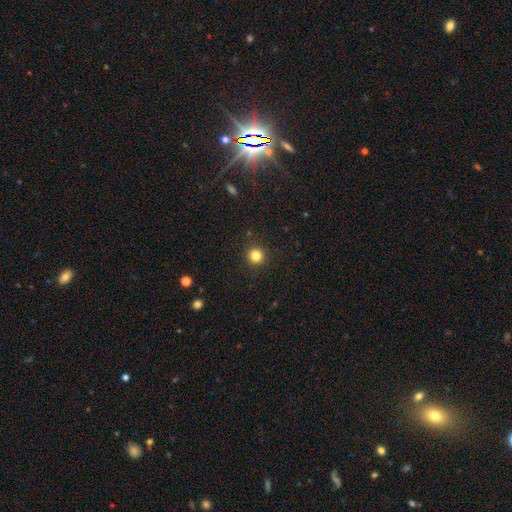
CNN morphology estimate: Smooth or featured? Predicted: smooth (p=0.83). How rounded? Predicted: round (p=0.95). Merging? Predicted: none (p=0.92).